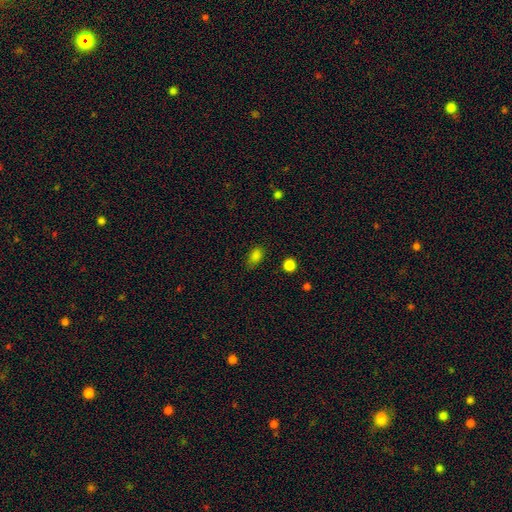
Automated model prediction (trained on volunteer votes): Overall: smooth (81%). How rounded: in between (81%). Merging: none (75%).